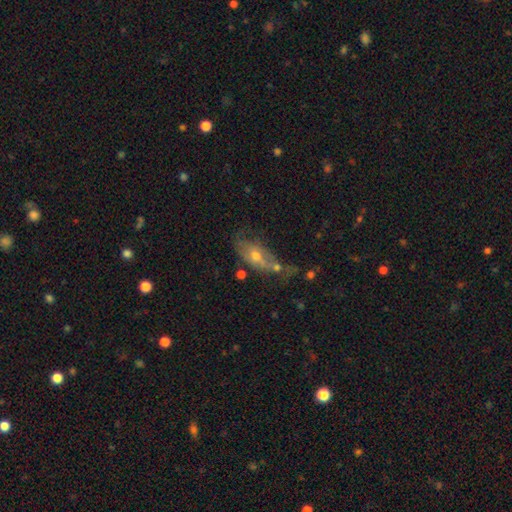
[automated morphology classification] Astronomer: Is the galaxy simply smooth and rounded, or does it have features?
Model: featured or disk — 48% (runner-up: smooth, 42%).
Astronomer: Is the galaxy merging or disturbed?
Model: none — 30% (runner-up: major disturbance, 25%).